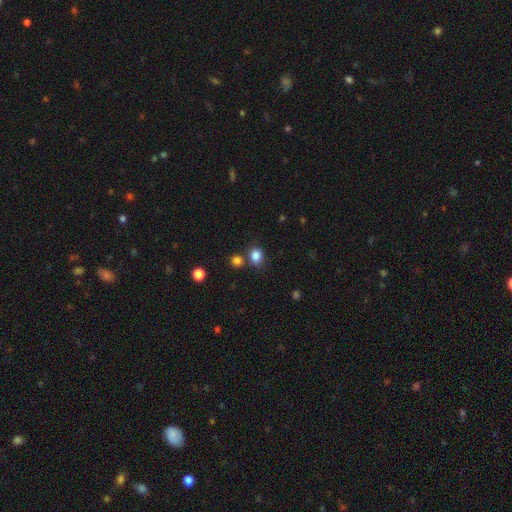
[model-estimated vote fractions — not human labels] This appears to be a smooth galaxy with no disk features (84%) that is round (61%). Merging: none (71%).